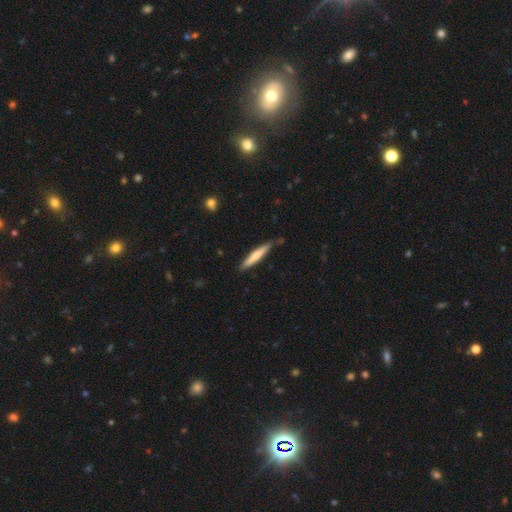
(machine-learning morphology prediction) smooth 63%, featured or disk 32%, star or artifact 5%. Down the decision tree: how rounded — cigar-shaped (93%); merging — none (80%).